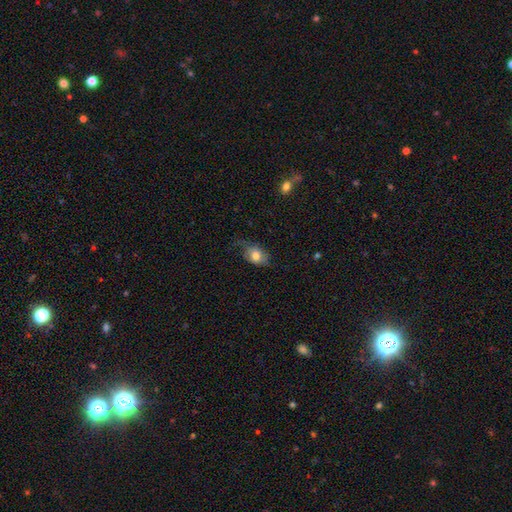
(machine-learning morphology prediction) Smooth or featured? smooth (73%)
How rounded? in between (71%)
Merging? none (48%)